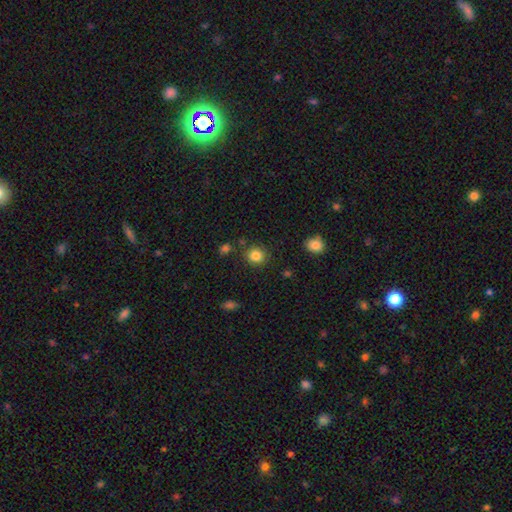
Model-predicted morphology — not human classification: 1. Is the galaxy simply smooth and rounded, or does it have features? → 84% smooth, 10% star or artifact, 5% featured or disk.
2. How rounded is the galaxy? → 86% round, 13% in between, 1% cigar-shaped.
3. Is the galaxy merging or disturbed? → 85% none, 9% minor disturbance, 3% merger, 3% major disturbance.